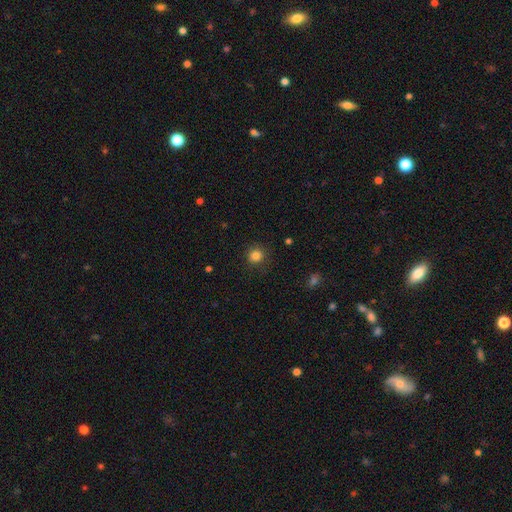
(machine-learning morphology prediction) This appears to be a smooth galaxy with no disk features (83%) that is round (92%). Merging: none (87%).